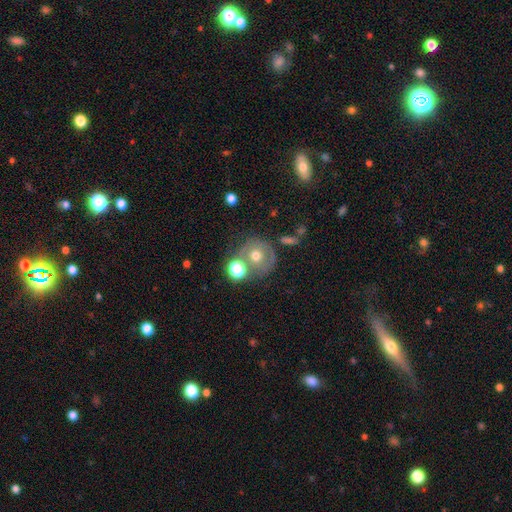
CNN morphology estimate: Smooth or featured: smooth — 51% (featured or disk — 37%)
How rounded: round — 86% (in between — 13%)
Merging: none — 55% (merger — 21%)